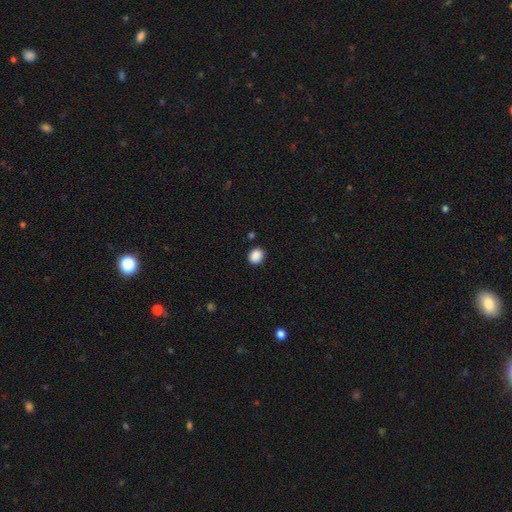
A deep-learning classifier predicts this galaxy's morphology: smooth_or_featured: smooth (p=0.88) [alt: star or artifact p=0.09]
how_rounded: round (p=0.66) [alt: in between p=0.33]
merging: none (p=0.88) [alt: minor disturbance p=0.08]